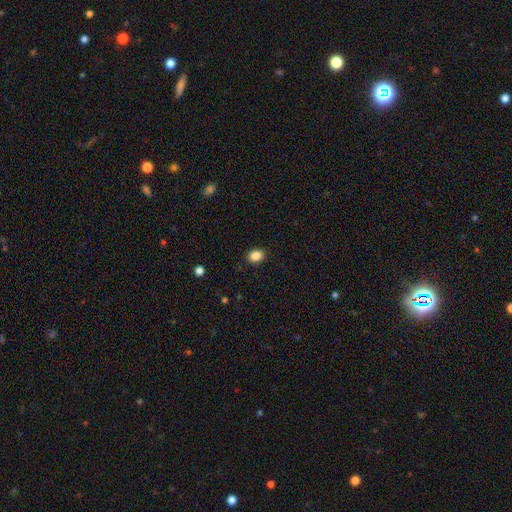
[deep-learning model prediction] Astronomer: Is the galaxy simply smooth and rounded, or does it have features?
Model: smooth — 87%.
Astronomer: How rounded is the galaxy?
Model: in between — 58% (runner-up: round, 41%).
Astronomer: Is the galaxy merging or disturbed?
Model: none — 89%.